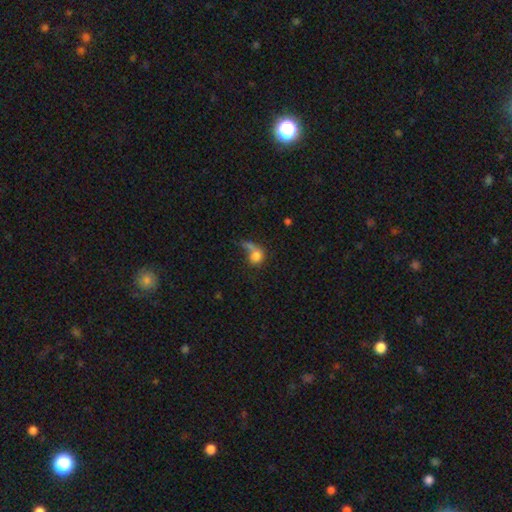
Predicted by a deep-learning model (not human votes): Smooth or featured?
  - smooth: 71% *
  - featured or disk: 18%
  - star or artifact: 11%
How rounded?
  - round: 58% *
  - in between: 40%
  - cigar-shaped: 3%
Merging?
  - major disturbance: 33% *
  - none: 28%
  - merger: 23%
  - minor disturbance: 16%